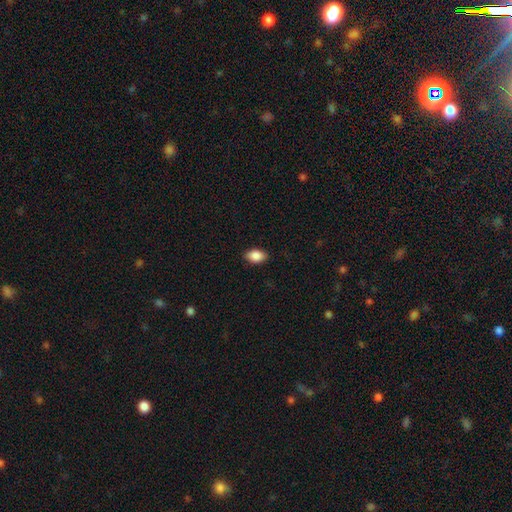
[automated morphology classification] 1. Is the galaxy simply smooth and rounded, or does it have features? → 88% smooth, 7% star or artifact, 5% featured or disk.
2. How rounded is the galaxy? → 89% in between, 10% round, 2% cigar-shaped.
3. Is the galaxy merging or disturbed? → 86% none, 11% minor disturbance, 2% major disturbance, 1% merger.